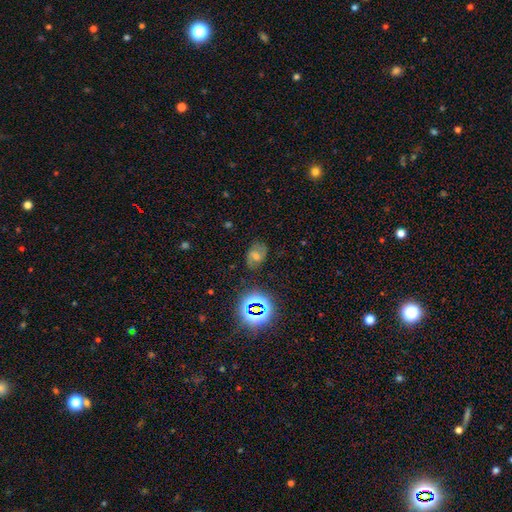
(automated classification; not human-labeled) Smooth or featured? star or artifact (37%)